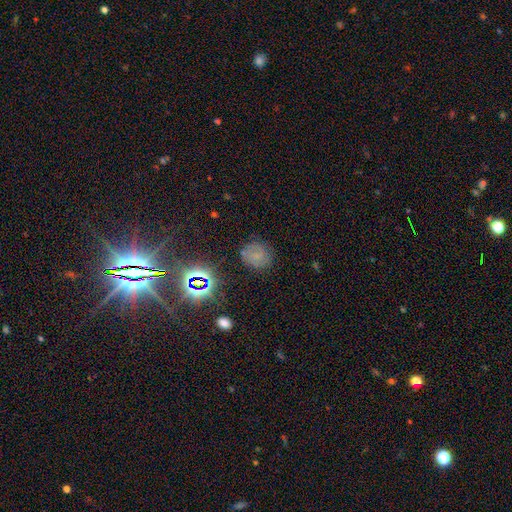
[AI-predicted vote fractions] Overall: smooth (51%; star or artifact 32%). How rounded: round (76%). Merging: none (80%).